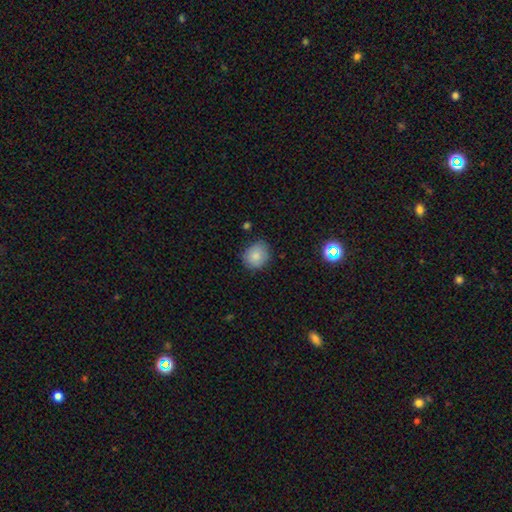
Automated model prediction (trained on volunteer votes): This appears to be a smooth galaxy with no disk features (84%) that is round (70%). Merging: none (78%).